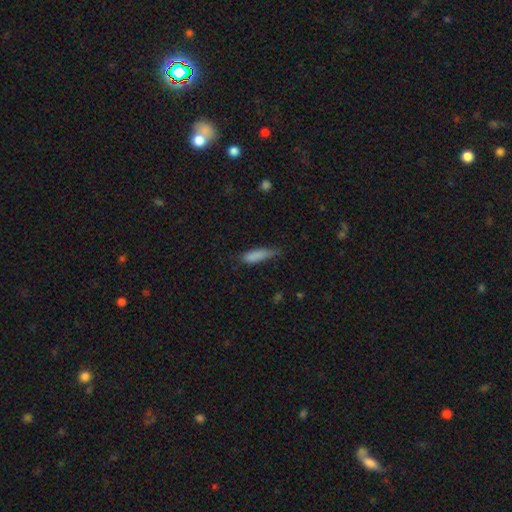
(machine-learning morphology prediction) smooth 84%, featured or disk 9%, star or artifact 7%. Down the decision tree: how rounded — cigar-shaped (54%); merging — none (50%).